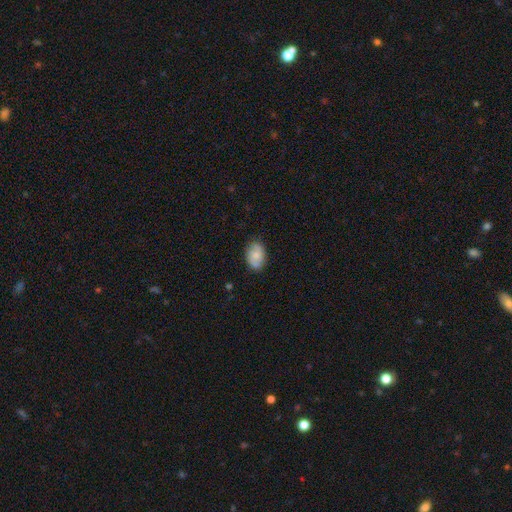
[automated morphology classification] The model was most divided on "smooth or featured": smooth: 59%, featured or disk: 33%, star or artifact: 8%. More confident: how rounded — in between (82%); merging — none (77%).